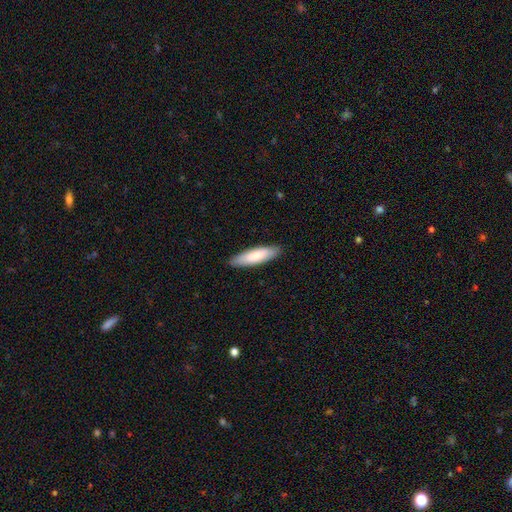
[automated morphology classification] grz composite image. It shows a smooth galaxy with no disk features (80%) that is cigar-shaped (64%). Merging: none (89%).